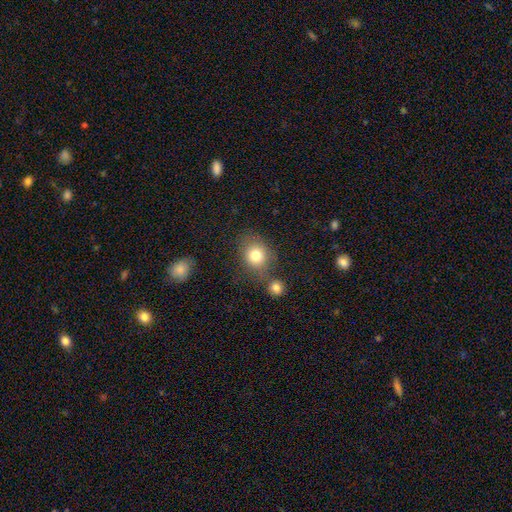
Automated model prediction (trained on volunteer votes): smooth_or_featured: smooth (p=0.80) [alt: star or artifact p=0.10]
how_rounded: round (p=0.63) [alt: in between p=0.36]
merging: none (p=0.62) [alt: merger p=0.17]